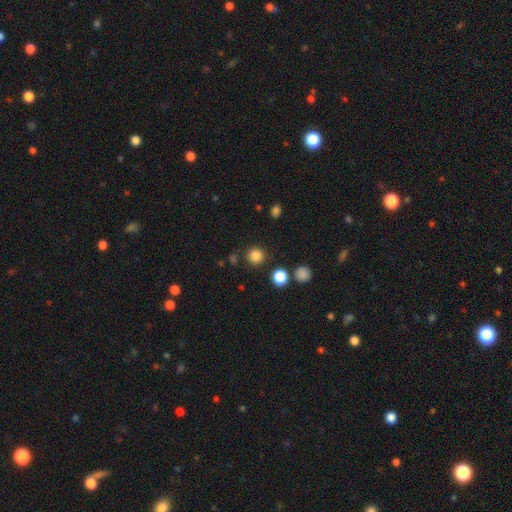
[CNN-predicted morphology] A smooth galaxy with no disk features (84%) that is round (94%).

Vote fractions:
- Smooth or featured? smooth: 84% / star or artifact: 12% / featured or disk: 4%
- How rounded? round: 94% / in between: 5% / cigar-shaped: 1%
- Merging? none: 86% / minor disturbance: 7% / merger: 4% / major disturbance: 3%